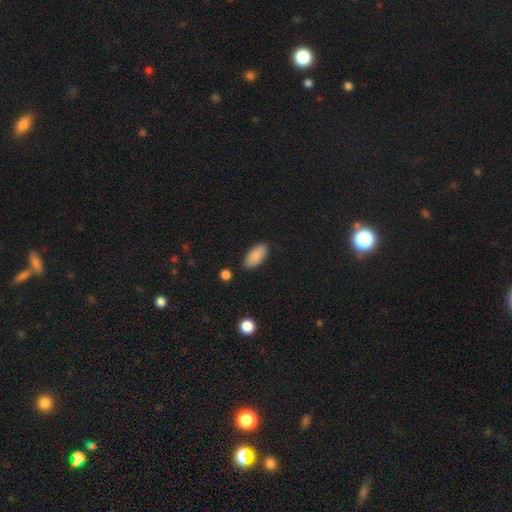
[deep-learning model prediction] smooth 88%, star or artifact 7%, featured or disk 5%. Down the decision tree: how rounded — in between (89%); merging — none (84%).